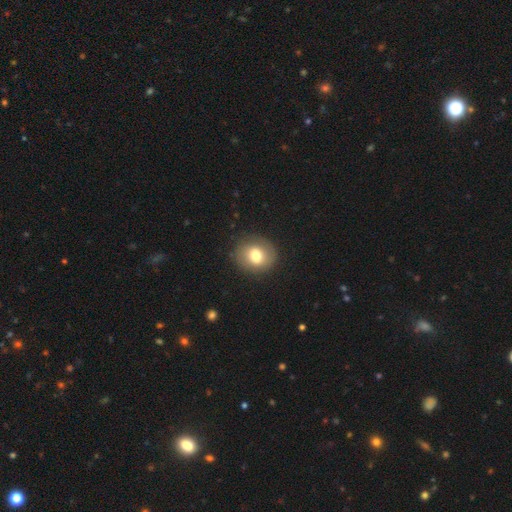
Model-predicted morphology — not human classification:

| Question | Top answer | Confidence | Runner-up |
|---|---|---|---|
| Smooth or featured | smooth | 71% | featured or disk (20%) |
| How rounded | round | 74% | in between (25%) |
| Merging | none | 86% | minor disturbance (10%) |